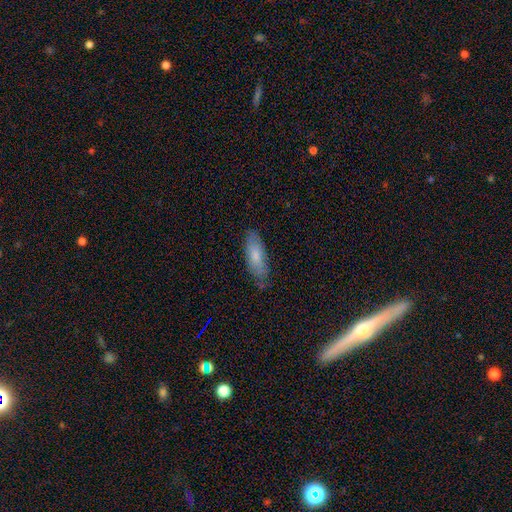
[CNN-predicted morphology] smooth_or_featured: smooth (p=0.71) [alt: featured or disk p=0.23]
how_rounded: in between (p=0.57) [alt: cigar-shaped p=0.42]
merging: none (p=0.75) [alt: minor disturbance p=0.20]